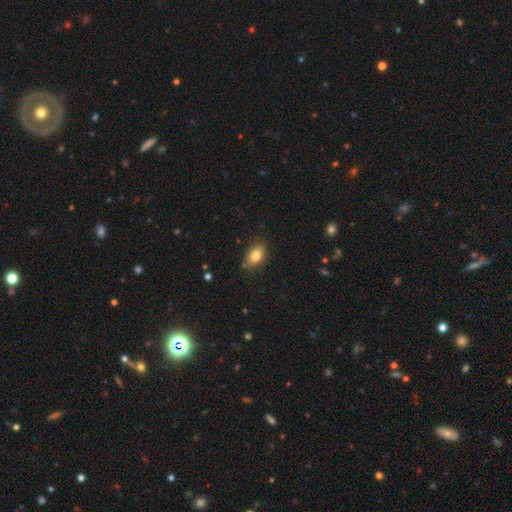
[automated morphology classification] Q: Smooth or featured?
A: smooth (81%); runner-up: featured or disk (10%)
Q: How rounded?
A: in between (84%); runner-up: round (14%)
Q: Merging?
A: none (81%); runner-up: minor disturbance (14%)